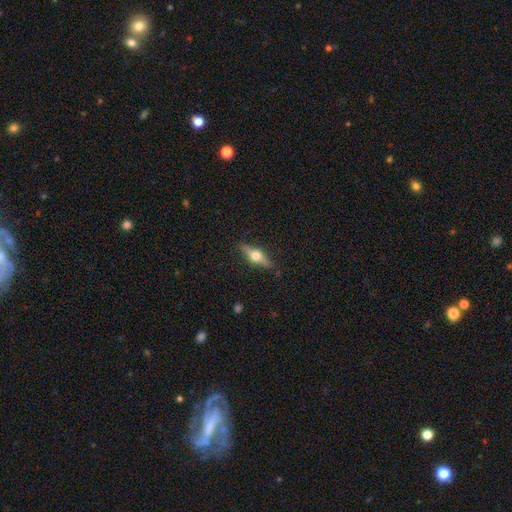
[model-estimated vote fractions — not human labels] Smooth or featured: featured or disk — 65% (smooth — 28%)
Edge-on disk: yes — 95% (no — 5%)
Edge-on bulge: rounded — 96% (boxy — 3%)
Merging: none — 87% (minor disturbance — 10%)